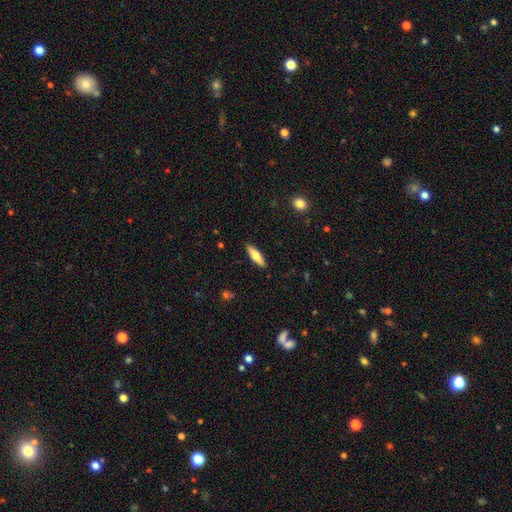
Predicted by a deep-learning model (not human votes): smooth 61%, featured or disk 33%, star or artifact 6%. Down the decision tree: how rounded — cigar-shaped (63%); merging — none (89%).